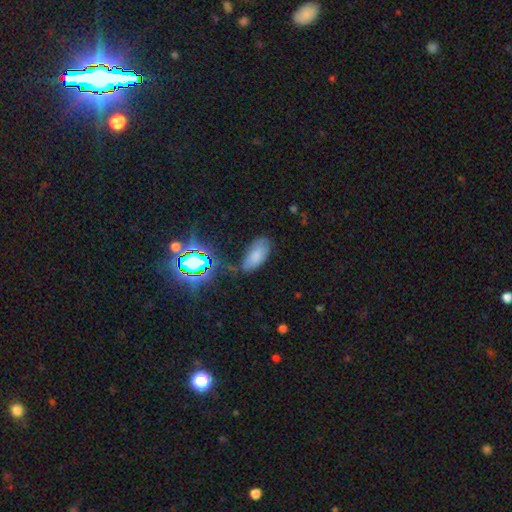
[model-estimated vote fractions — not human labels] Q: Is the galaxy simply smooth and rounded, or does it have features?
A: smooth — 68%.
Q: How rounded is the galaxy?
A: in between — 91%.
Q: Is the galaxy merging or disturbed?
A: none — 58%.